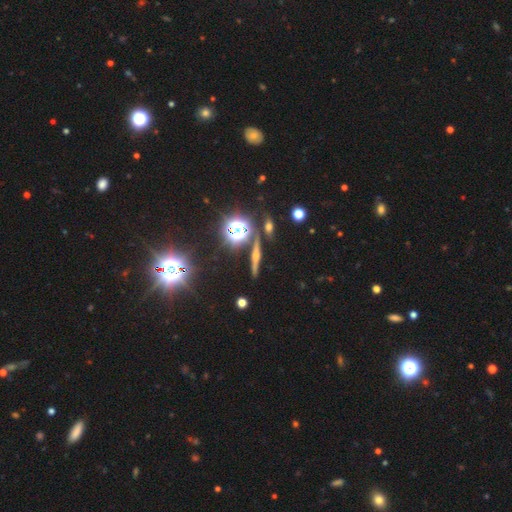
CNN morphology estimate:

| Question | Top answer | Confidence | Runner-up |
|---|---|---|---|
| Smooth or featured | featured or disk | 52% | smooth (24%) |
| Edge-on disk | yes | 93% | no (7%) |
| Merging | none | 84% | minor disturbance (8%) |